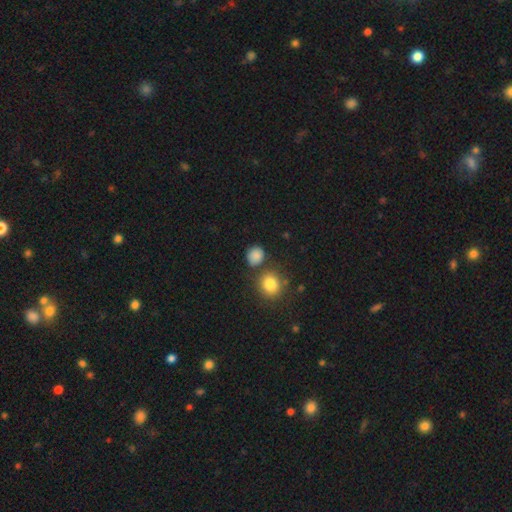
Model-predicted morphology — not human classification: A smooth galaxy with no disk features (85%) that is round (79%).

Vote fractions:
- Smooth or featured? smooth: 85% / star or artifact: 11% / featured or disk: 4%
- How rounded? round: 79% / in between: 20% / cigar-shaped: 1%
- Merging? none: 76% / minor disturbance: 12% / merger: 8% / major disturbance: 4%